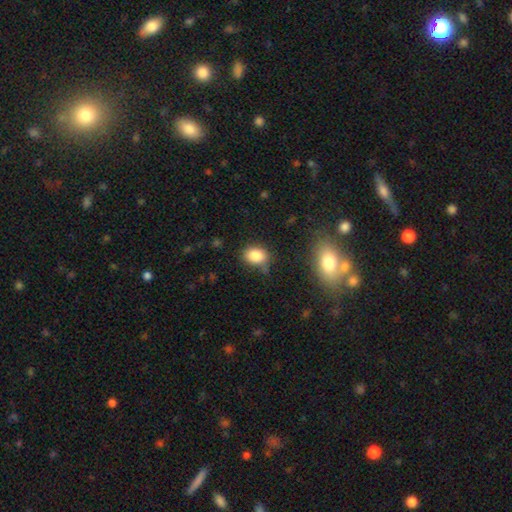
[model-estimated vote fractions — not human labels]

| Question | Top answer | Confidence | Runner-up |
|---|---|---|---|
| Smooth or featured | smooth | 84% | star or artifact (10%) |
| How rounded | in between | 59% | round (40%) |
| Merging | none | 70% | minor disturbance (21%) |